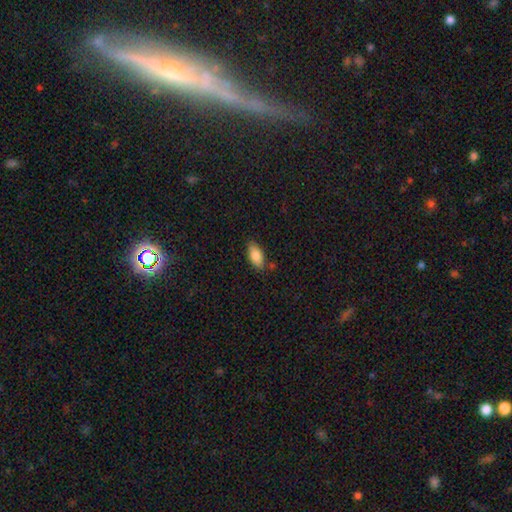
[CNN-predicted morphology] smooth-or-featured: smooth: 84% | featured or disk: 9% | star or artifact: 7%
  how-rounded: in between: 89% | cigar-shaped: 8% | round: 3%
  merging: none: 78% | minor disturbance: 15% | merger: 4% | major disturbance: 3%